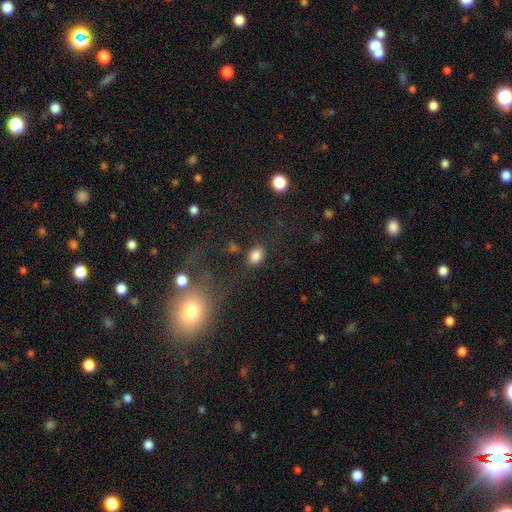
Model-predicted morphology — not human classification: Smooth or featured?
  - smooth: 83% *
  - star or artifact: 11%
  - featured or disk: 5%
How rounded?
  - in between: 73% *
  - round: 26%
  - cigar-shaped: 1%
Merging?
  - none: 78% *
  - minor disturbance: 13%
  - major disturbance: 5%
  - merger: 4%